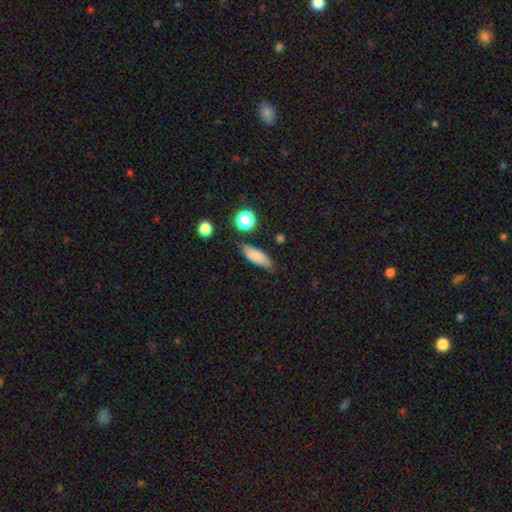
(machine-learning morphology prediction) Smooth or featured: smooth — 82% (star or artifact — 9%)
How rounded: in between — 62% (cigar-shaped — 35%)
Merging: none — 78% (minor disturbance — 16%)